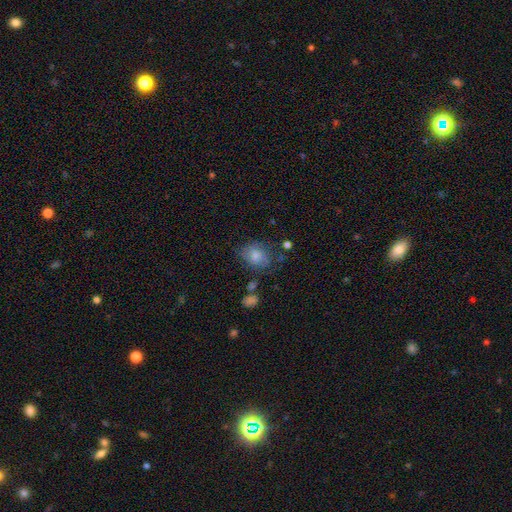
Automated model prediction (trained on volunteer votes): Smooth or featured? smooth (77%)
How rounded? in between (59%)
Merging? none (57%)